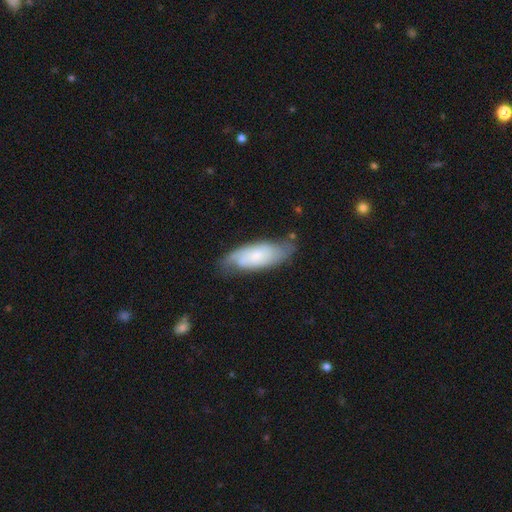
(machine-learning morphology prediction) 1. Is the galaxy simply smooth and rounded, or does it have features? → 56% featured or disk, 37% smooth, 7% star or artifact.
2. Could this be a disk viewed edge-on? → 87% no, 13% yes.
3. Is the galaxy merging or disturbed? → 67% none, 24% minor disturbance, 7% major disturbance, 3% merger.